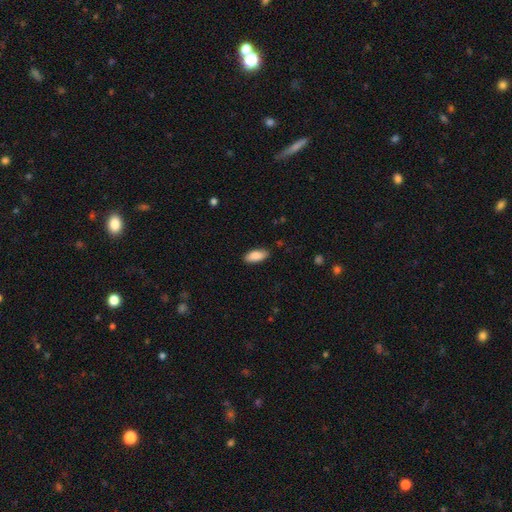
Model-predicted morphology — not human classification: Overall: smooth (88%). How rounded: in between (85%). Merging: none (85%).